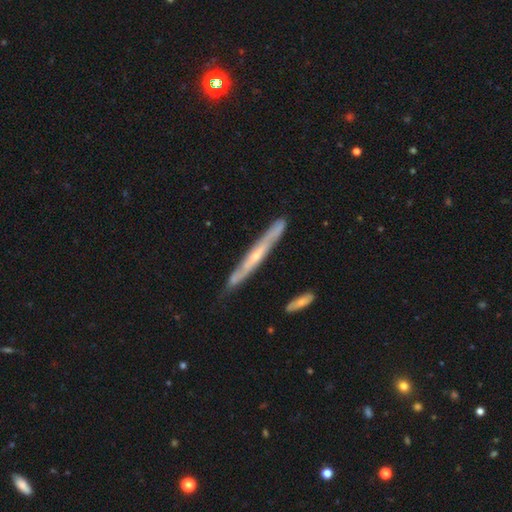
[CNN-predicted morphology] Smooth or featured?
  - featured or disk: 70% *
  - smooth: 24%
  - star or artifact: 6%
Edge-on disk?
  - yes: 88% *
  - no: 12%
Edge-on bulge?
  - rounded: 51% *
  - none: 45%
  - boxy: 4%
Merging?
  - none: 78% *
  - minor disturbance: 17%
  - major disturbance: 3%
  - merger: 2%